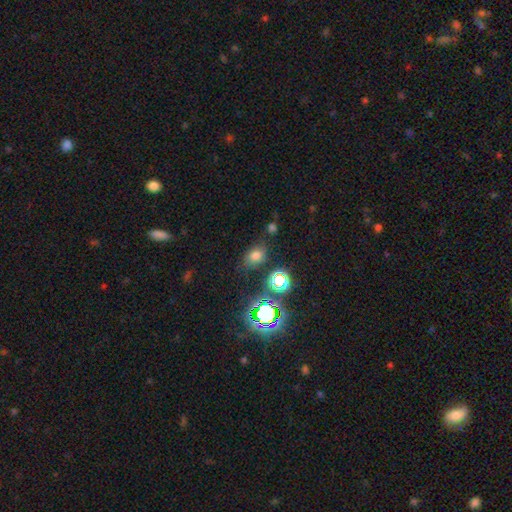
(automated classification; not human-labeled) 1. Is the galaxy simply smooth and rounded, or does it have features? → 66% smooth, 25% star or artifact, 9% featured or disk.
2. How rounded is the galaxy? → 66% in between, 32% round, 1% cigar-shaped.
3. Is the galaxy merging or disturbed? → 73% none, 17% minor disturbance, 6% major disturbance, 4% merger.